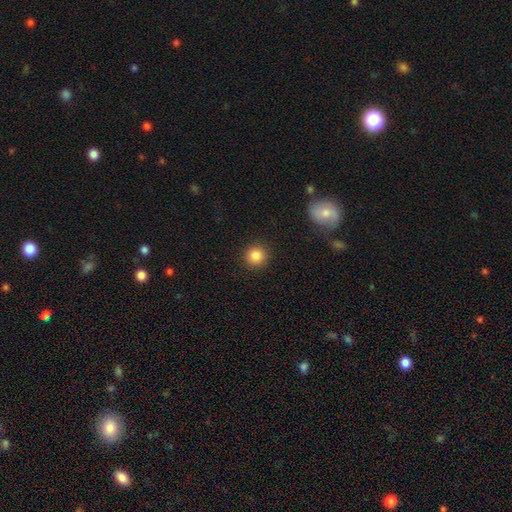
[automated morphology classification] smooth_or_featured: smooth (p=0.86) [alt: star or artifact p=0.10]
how_rounded: round (p=0.94) [alt: in between p=0.05]
merging: none (p=0.91) [alt: minor disturbance p=0.05]